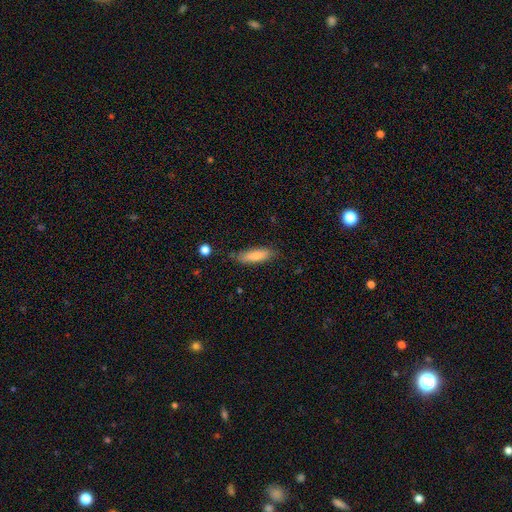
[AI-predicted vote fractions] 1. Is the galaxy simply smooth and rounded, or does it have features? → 77% smooth, 16% featured or disk, 7% star or artifact.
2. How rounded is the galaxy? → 57% cigar-shaped, 42% in between, 2% round.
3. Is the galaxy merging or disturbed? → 80% none, 15% minor disturbance, 3% major disturbance, 2% merger.